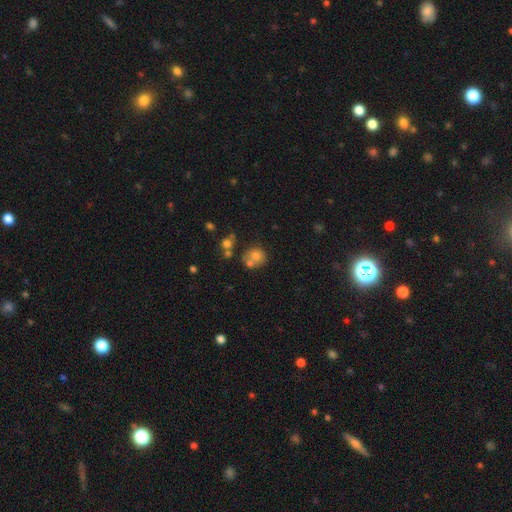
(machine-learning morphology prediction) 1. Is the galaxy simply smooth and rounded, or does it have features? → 71% smooth, 17% featured or disk, 13% star or artifact.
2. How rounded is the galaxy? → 79% round, 20% in between, 1% cigar-shaped.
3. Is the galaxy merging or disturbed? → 47% none, 34% merger, 12% minor disturbance, 6% major disturbance.